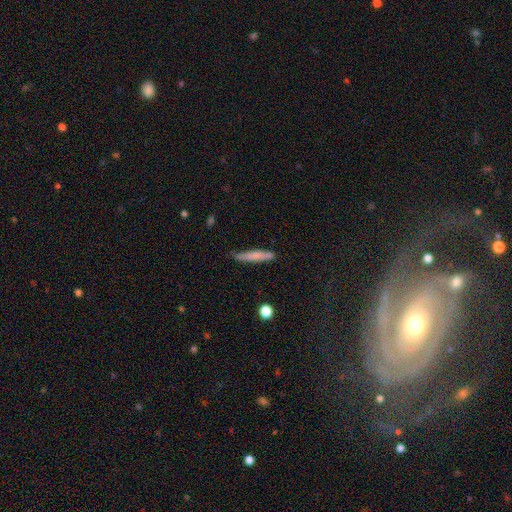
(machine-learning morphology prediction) Smooth or featured? Predicted: smooth (p=0.70). How rounded? Predicted: cigar-shaped (p=0.92). Merging? Predicted: none (p=0.75).